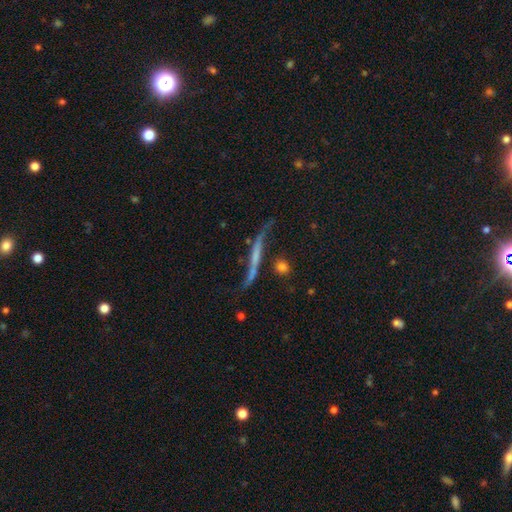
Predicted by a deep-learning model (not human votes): smooth_or_featured: featured or disk (p=0.69) [alt: smooth p=0.21]
disk_edge_on: yes (p=0.62) [alt: no p=0.38]
merging: none (p=0.49) [alt: minor disturbance p=0.23]